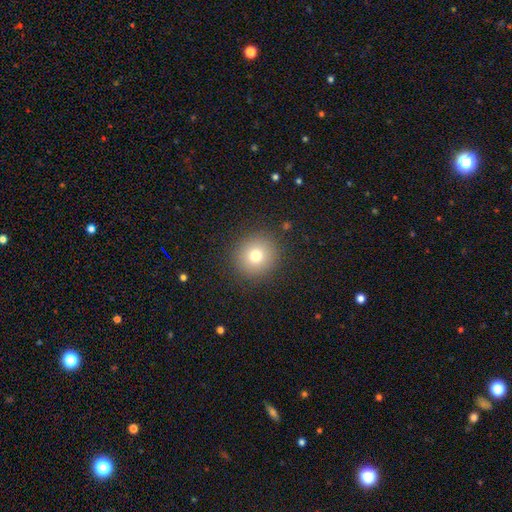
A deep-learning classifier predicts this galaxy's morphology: Q: Smooth or featured?
A: smooth (76%); runner-up: star or artifact (13%)
Q: How rounded?
A: round (92%); runner-up: in between (7%)
Q: Merging?
A: none (89%); runner-up: minor disturbance (6%)